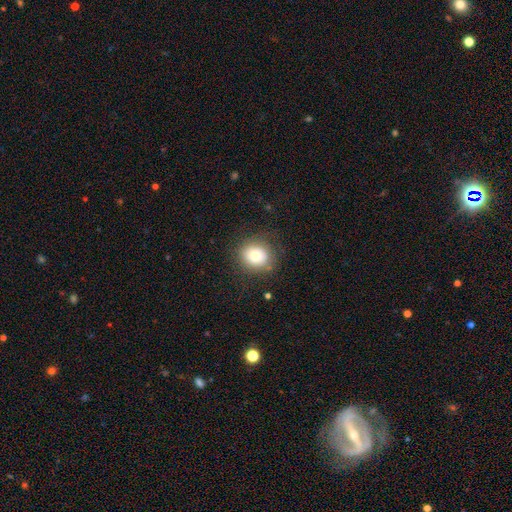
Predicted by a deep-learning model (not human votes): Smooth or featured: smooth — 75% (featured or disk — 14%)
How rounded: round — 79% (in between — 21%)
Merging: none — 83% (minor disturbance — 11%)